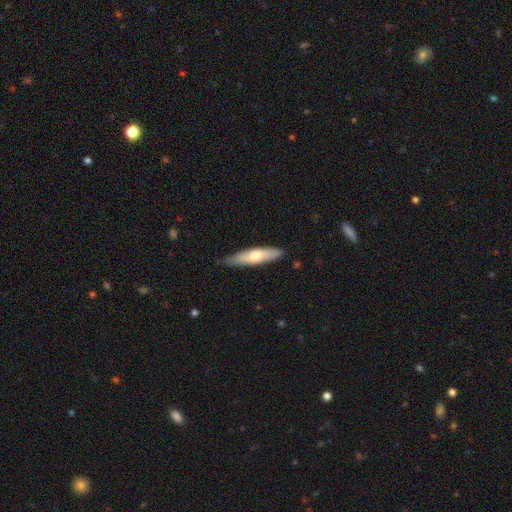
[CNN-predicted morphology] Smooth or featured? smooth (63%)
How rounded? cigar-shaped (75%)
Merging? none (79%)